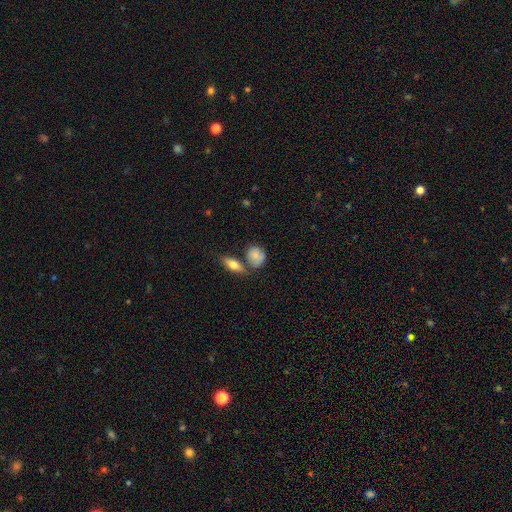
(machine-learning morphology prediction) smooth_or_featured: smooth (p=0.79) [alt: featured or disk p=0.13]
how_rounded: round (p=0.58) [alt: in between p=0.39]
merging: none (p=0.55) [alt: merger p=0.20]